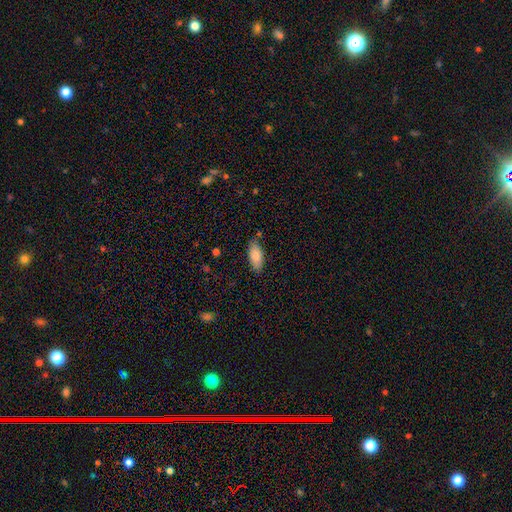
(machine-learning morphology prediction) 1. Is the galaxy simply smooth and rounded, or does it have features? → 85% smooth, 9% featured or disk, 6% star or artifact.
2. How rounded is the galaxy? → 87% in between, 11% cigar-shaped, 2% round.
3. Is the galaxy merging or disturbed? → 80% none, 15% minor disturbance, 3% major disturbance, 2% merger.